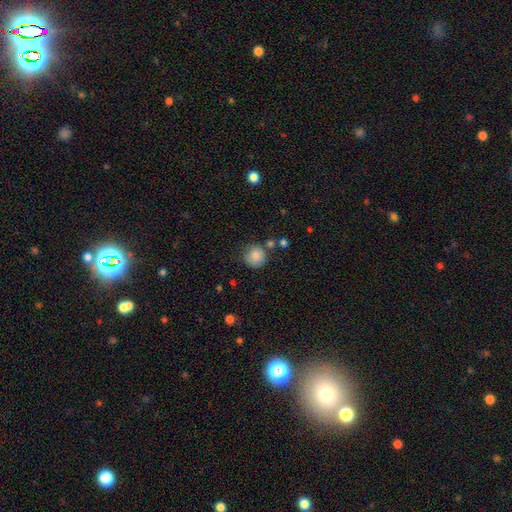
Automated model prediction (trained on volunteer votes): Q: Smooth or featured?
A: smooth (85%); runner-up: star or artifact (9%)
Q: How rounded?
A: round (92%); runner-up: in between (7%)
Q: Merging?
A: none (75%); runner-up: minor disturbance (14%)